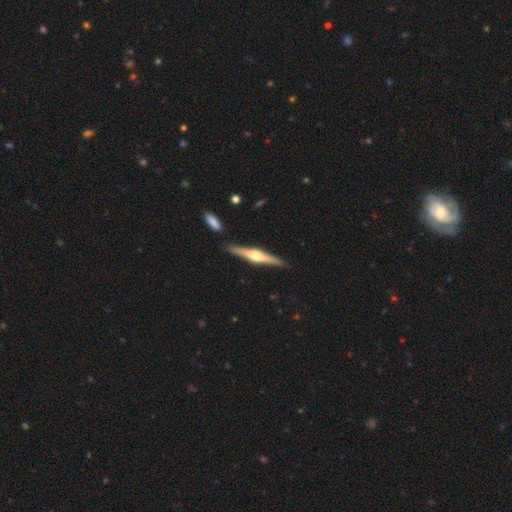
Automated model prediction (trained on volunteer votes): Overall: featured or disk (76%). Edge-on disk: yes (98%). Edge-on bulge: rounded (92%). Merging: none (88%).